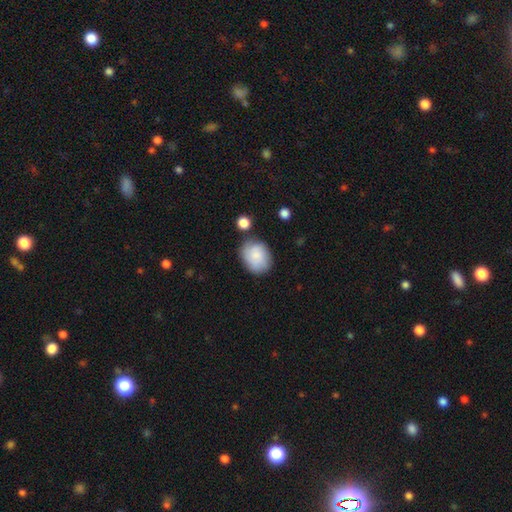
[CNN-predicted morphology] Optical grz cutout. It shows a smooth galaxy with no disk features (80%) that is in between round and cigar-shaped (55%). Merging: none (67%).